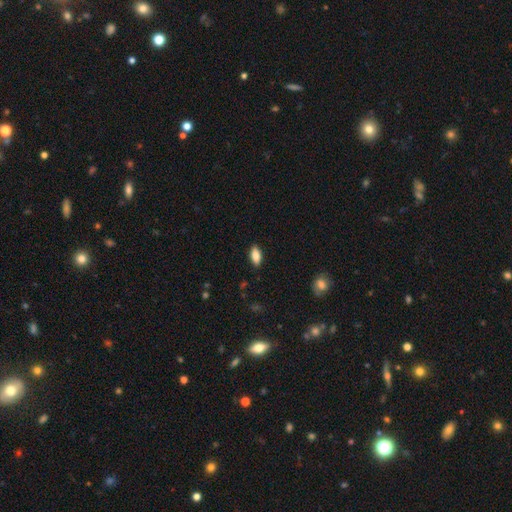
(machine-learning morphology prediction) smooth-or-featured: smooth: 81% | featured or disk: 12% | star or artifact: 7%
  how-rounded: in between: 85% | cigar-shaped: 13% | round: 3%
  merging: none: 88% | minor disturbance: 9% | major disturbance: 2% | merger: 1%